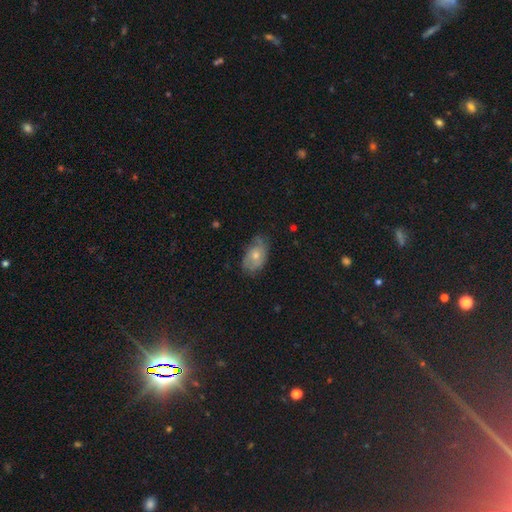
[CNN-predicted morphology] smooth_or_featured: smooth (p=0.52) [alt: featured or disk p=0.40]
how_rounded: in between (p=0.88) [alt: round p=0.10]
merging: none (p=0.58) [alt: minor disturbance p=0.31]